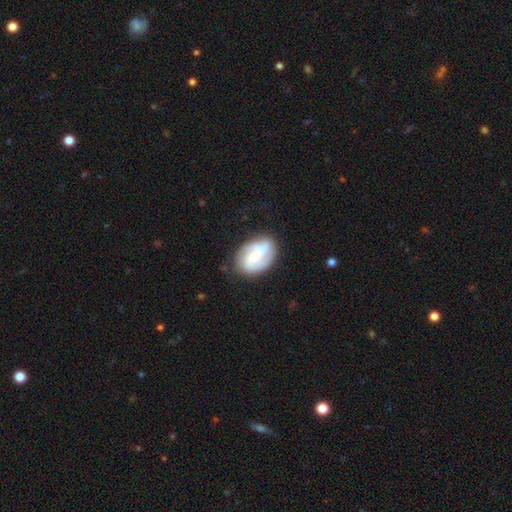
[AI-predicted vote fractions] A featured or disk galaxy (69%) with no bar (56%), 3 (37%) medium (44%) spiral arms (91%) and a small central bulge (46%). Merging: none (71%).